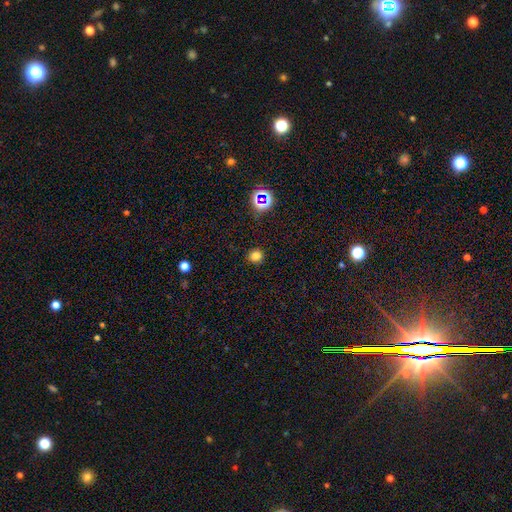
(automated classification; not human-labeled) This is likely a smooth galaxy (77%). How rounded: clearly round (90%). Merging: clearly none (89%).